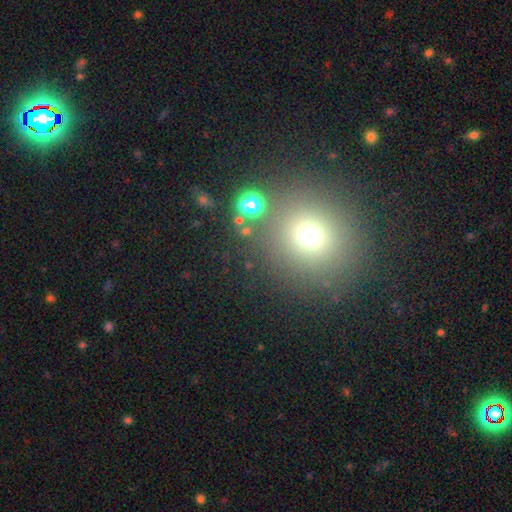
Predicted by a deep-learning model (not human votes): Smooth or featured: smooth — 65% (star or artifact — 26%)
How rounded: round — 88% (in between — 11%)
Merging: none — 82% (minor disturbance — 8%)